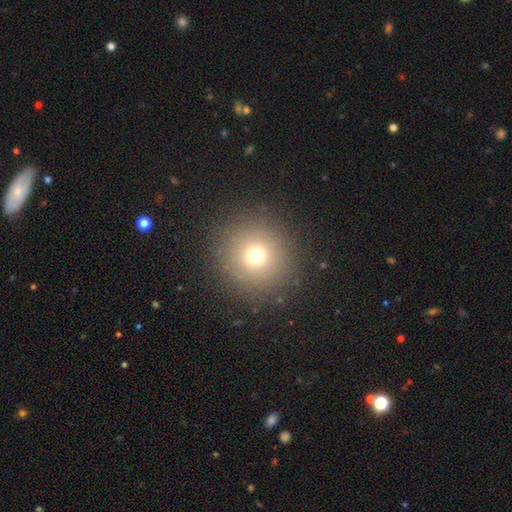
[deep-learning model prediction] Morphology: type=smooth (70%); roundness=round (95%); merging=none (89%).